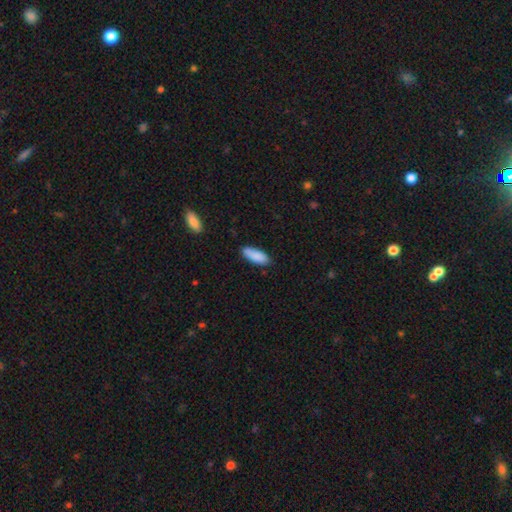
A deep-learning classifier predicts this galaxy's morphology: smooth_or_featured: smooth (p=0.88) [alt: star or artifact p=0.06]
how_rounded: in between (p=0.70) [alt: cigar-shaped p=0.29]
merging: none (p=0.79) [alt: minor disturbance p=0.16]